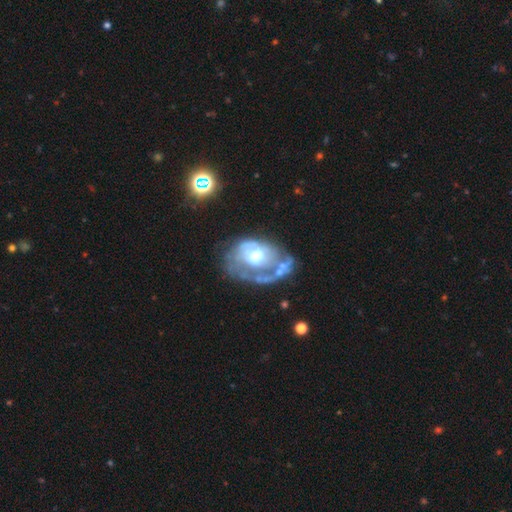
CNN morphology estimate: Smooth or featured: featured or disk — 74% (smooth — 19%)
Edge-on disk: no — 97% (yes — 3%)
Bar: no — 68% (weak — 26%)
Spiral arms: yes — 62% (no — 38%)
Bulge size: moderate — 67% (large — 15%)
Merging: major disturbance — 33% (none — 32%)